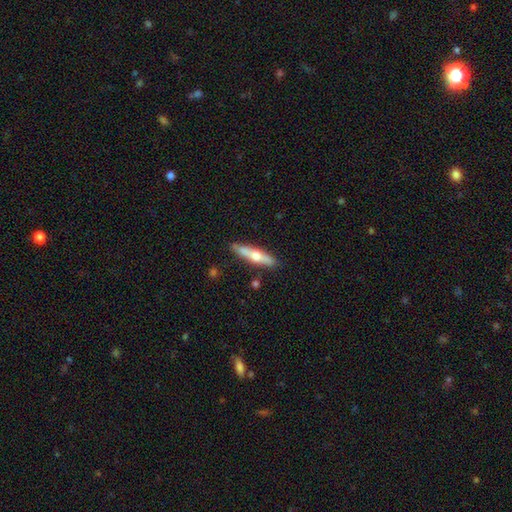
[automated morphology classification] A smooth galaxy with no disk features (49%).

Vote fractions:
- Smooth or featured? smooth: 49% / featured or disk: 46% / star or artifact: 5%
- Merging? none: 84% / minor disturbance: 11% / merger: 3% / major disturbance: 2%